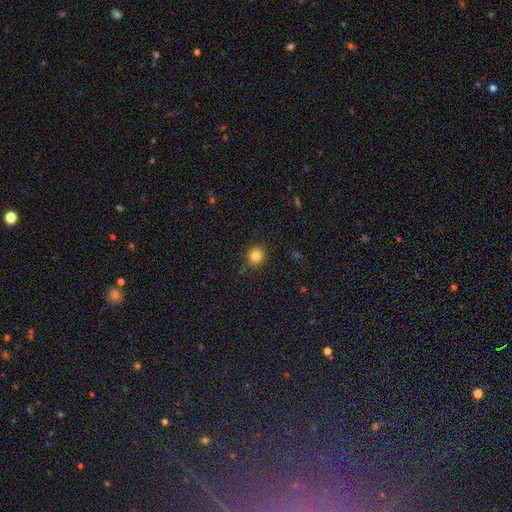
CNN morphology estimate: Smooth or featured: smooth — 83% (star or artifact — 12%)
How rounded: round — 89% (in between — 10%)
Merging: none — 87% (minor disturbance — 9%)